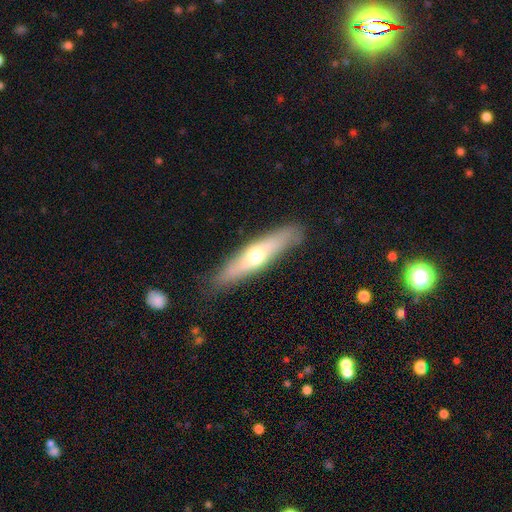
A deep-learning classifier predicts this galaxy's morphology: Smooth or featured: smooth — 48% (featured or disk — 46%)
Merging: none — 86% (minor disturbance — 10%)